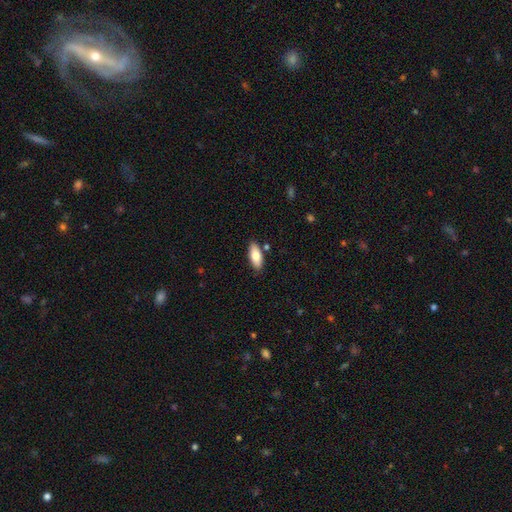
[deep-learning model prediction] Smooth or featured?
  - smooth: 79% *
  - featured or disk: 15%
  - star or artifact: 6%
How rounded?
  - in between: 82% *
  - cigar-shaped: 16%
  - round: 2%
Merging?
  - none: 85% *
  - minor disturbance: 10%
  - merger: 3%
  - major disturbance: 2%